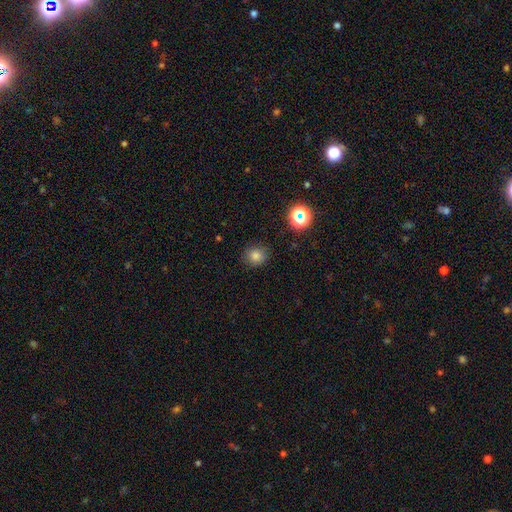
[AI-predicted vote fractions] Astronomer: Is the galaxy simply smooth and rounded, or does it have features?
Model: smooth — 78%.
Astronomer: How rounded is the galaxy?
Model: round — 84%.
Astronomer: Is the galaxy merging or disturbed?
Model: none — 87%.